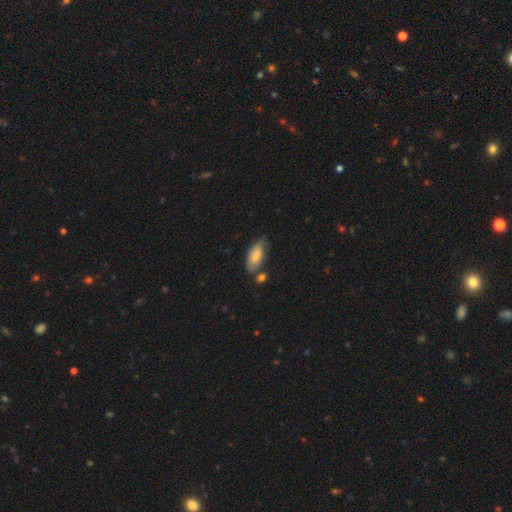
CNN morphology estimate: Smooth or featured: smooth — 69% (featured or disk — 24%)
How rounded: in between — 86% (cigar-shaped — 11%)
Merging: none — 56% (minor disturbance — 27%)